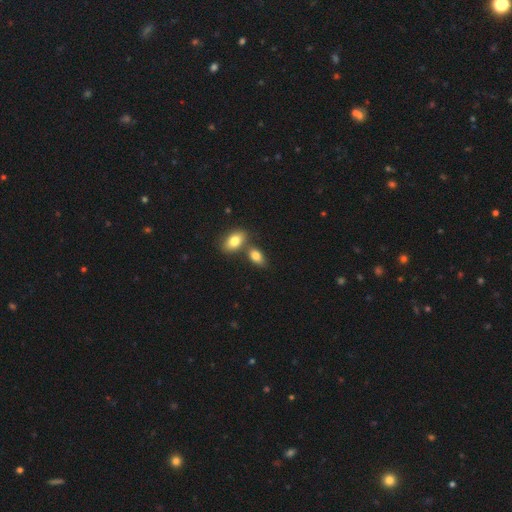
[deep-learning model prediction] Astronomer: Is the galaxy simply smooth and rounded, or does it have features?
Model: smooth — 81%.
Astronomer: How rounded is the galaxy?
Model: in between — 90%.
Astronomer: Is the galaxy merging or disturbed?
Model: none — 53% (runner-up: merger, 34%).